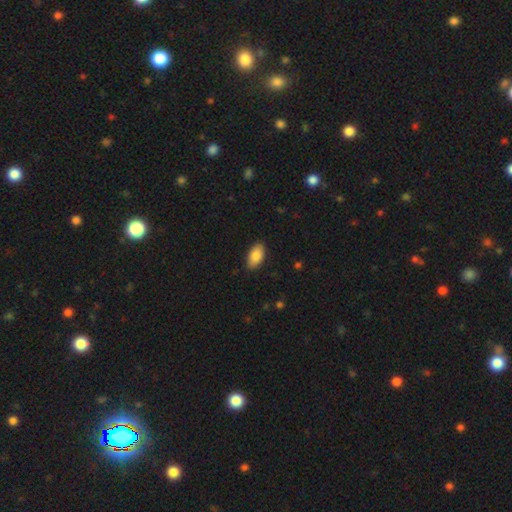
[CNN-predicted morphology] This is clearly a smooth galaxy (87%). How rounded: clearly in between (94%). Merging: clearly none (86%).